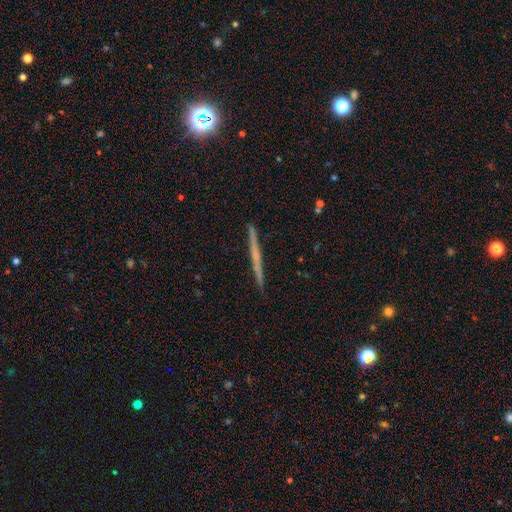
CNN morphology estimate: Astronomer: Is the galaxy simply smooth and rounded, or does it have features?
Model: featured or disk — 62%.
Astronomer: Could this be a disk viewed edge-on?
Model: yes — 98%.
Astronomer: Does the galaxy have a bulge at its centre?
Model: none — 74%.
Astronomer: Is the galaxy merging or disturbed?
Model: none — 92%.